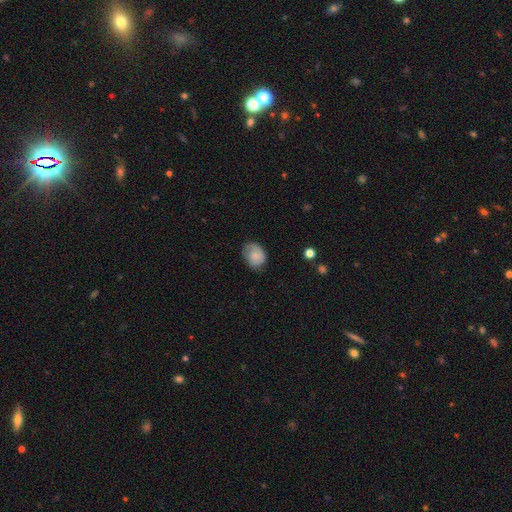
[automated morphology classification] Smooth or featured?
  - smooth: 69% *
  - featured or disk: 23%
  - star or artifact: 8%
How rounded?
  - in between: 64% *
  - round: 35%
  - cigar-shaped: 1%
Merging?
  - none: 64% *
  - minor disturbance: 27%
  - major disturbance: 8%
  - merger: 1%